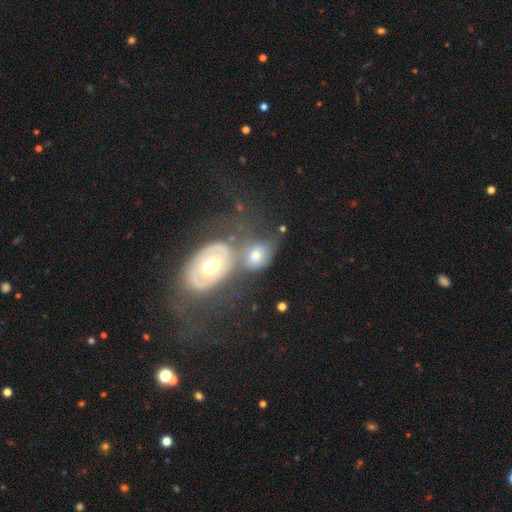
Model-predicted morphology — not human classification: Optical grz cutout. It shows a smooth galaxy with no disk features (48%). Merging: merger (43%).